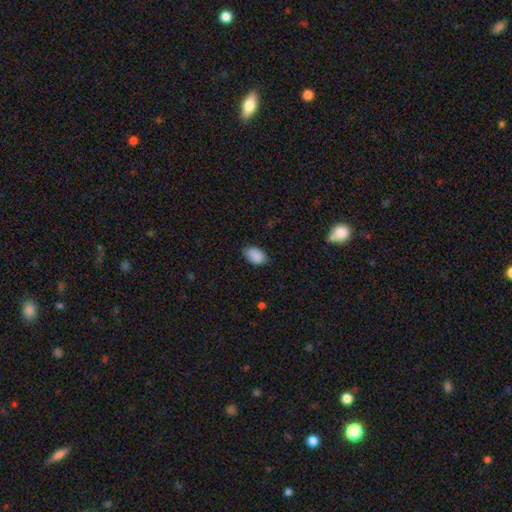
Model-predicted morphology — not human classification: The model was most divided on "merging": none: 76%, minor disturbance: 20%, major disturbance: 3%, merger: 1%. More confident: how rounded — in between (90%); smooth or featured — smooth (89%).